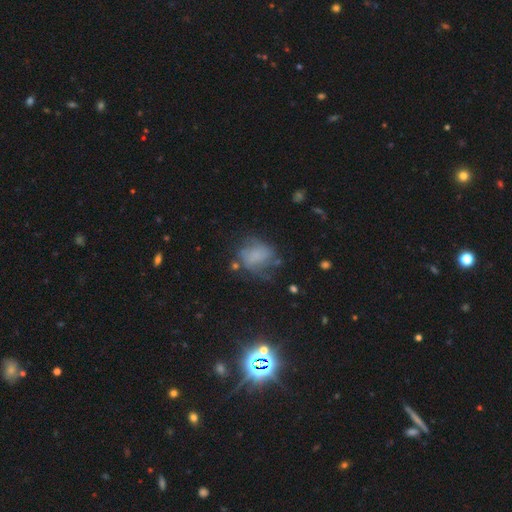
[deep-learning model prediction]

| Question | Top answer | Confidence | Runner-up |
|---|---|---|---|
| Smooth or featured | smooth | 51% | featured or disk (34%) |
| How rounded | in between | 54% | round (45%) |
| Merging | none | 43% | minor disturbance (27%) |